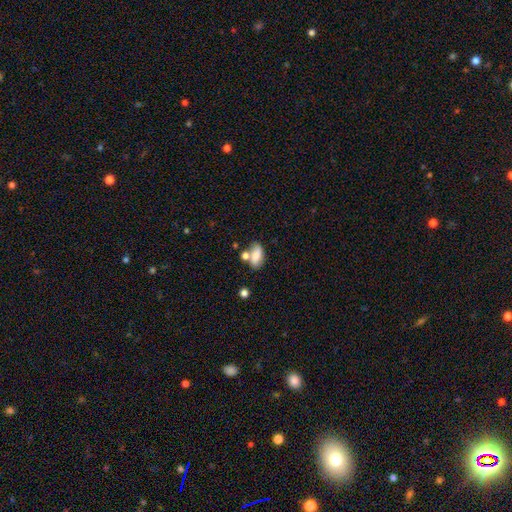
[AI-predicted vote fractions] smooth-or-featured: smooth: 76% | featured or disk: 15% | star or artifact: 9%
  how-rounded: in between: 87% | round: 7% | cigar-shaped: 6%
  merging: none: 49% | merger: 27% | minor disturbance: 17% | major disturbance: 7%